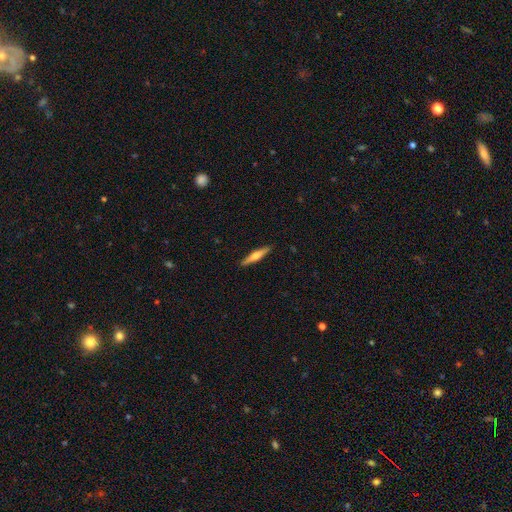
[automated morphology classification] This is possibly a featured or disk galaxy (50%). It is clearly viewed edge-on (97%). Merging: clearly none (91%).